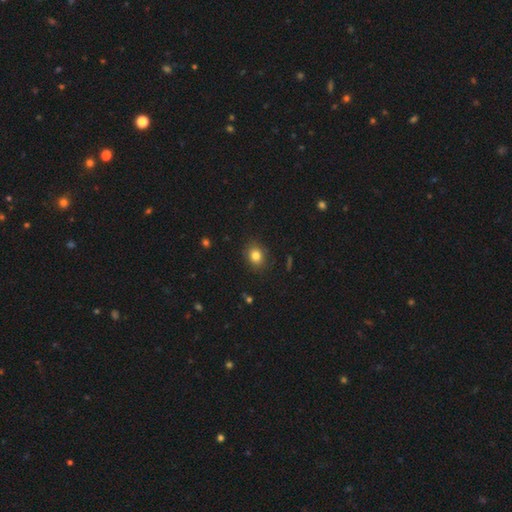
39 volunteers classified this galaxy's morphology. This appears to be a smooth galaxy with no disk features (87%) that is round (50%, tied with in between). Merging: none (86%).